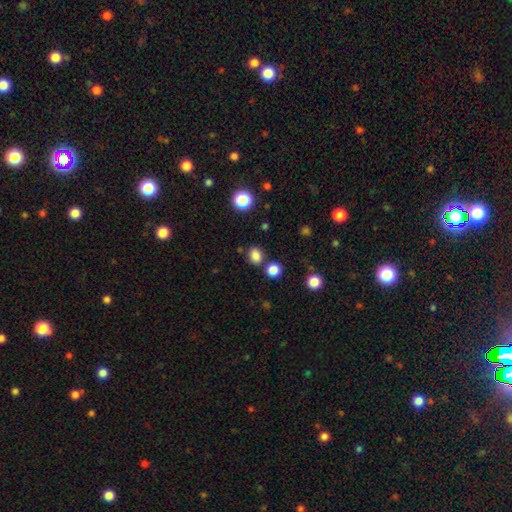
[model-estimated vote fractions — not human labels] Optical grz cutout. It shows a smooth galaxy with no disk features (83%) that is round (54%). Merging: none (79%).